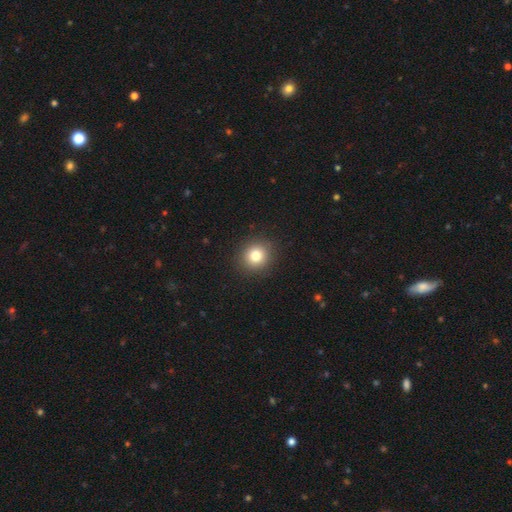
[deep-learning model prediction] smooth 81%, star or artifact 12%, featured or disk 7%. Down the decision tree: how rounded — round (87%); merging — none (91%).